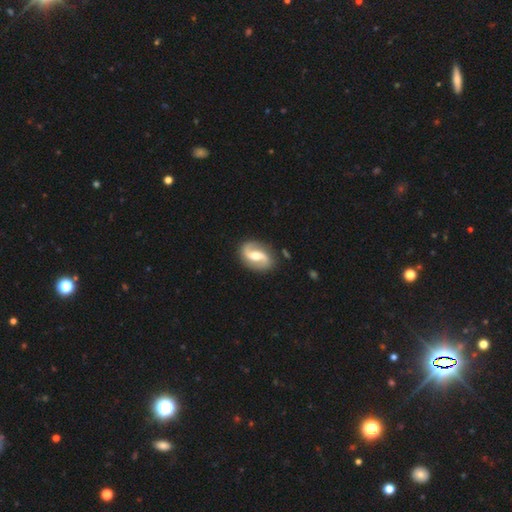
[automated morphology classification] Q: Smooth or featured?
A: featured or disk (86%); runner-up: smooth (10%)
Q: Edge-on disk?
A: no (97%); runner-up: yes (3%)
Q: Bar?
A: weak (42%); runner-up: strong (34%)
Q: Spiral arms?
A: yes (95%); runner-up: no (5%)
Q: Spiral winding?
A: loose (45%); runner-up: medium (41%)
Q: Spiral arm count?
A: 2 (93%); runner-up: can't tell (2%)
Q: Bulge size?
A: moderate (65%); runner-up: small (19%)
Q: Merging?
A: none (85%); runner-up: minor disturbance (10%)